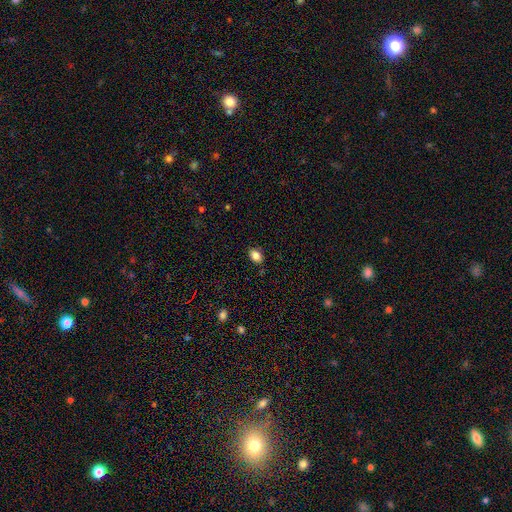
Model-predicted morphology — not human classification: smooth-or-featured: smooth: 85% | star or artifact: 9% | featured or disk: 5%
  how-rounded: in between: 79% | round: 19% | cigar-shaped: 1%
  merging: none: 85% | minor disturbance: 11% | major disturbance: 2% | merger: 2%